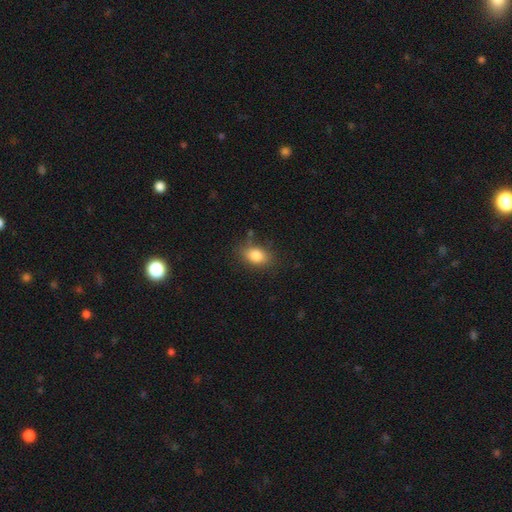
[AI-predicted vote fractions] Morphology: type=smooth (84%); roundness=in between (79%); merging=none (80%).